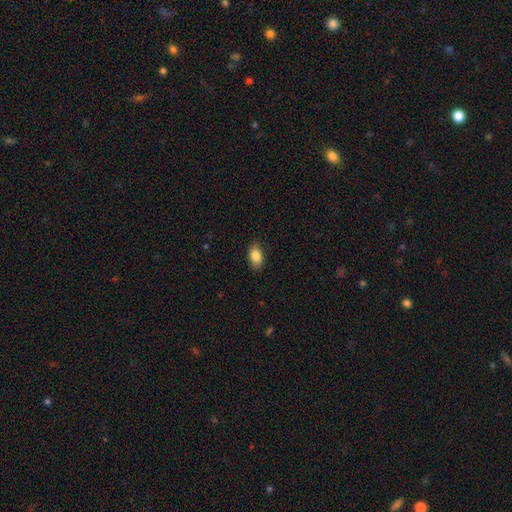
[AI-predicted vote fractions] Smooth or featured?
  - smooth: 86% *
  - star or artifact: 7%
  - featured or disk: 6%
How rounded?
  - in between: 89% *
  - round: 9%
  - cigar-shaped: 2%
Merging?
  - none: 83% *
  - minor disturbance: 13%
  - major disturbance: 3%
  - merger: 1%